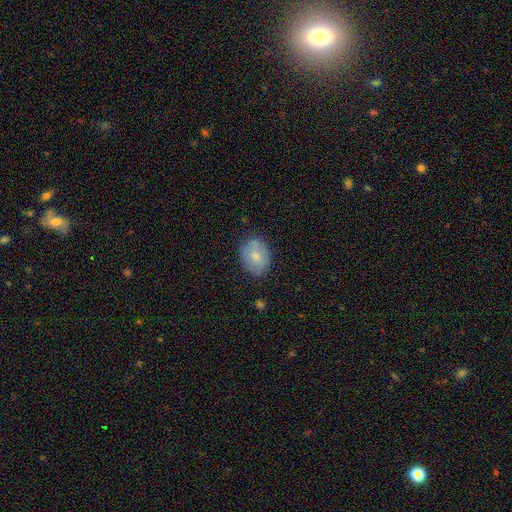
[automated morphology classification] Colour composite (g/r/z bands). It shows a smooth galaxy with no disk features (73%) that is in between round and cigar-shaped (68%). Merging: none (79%).